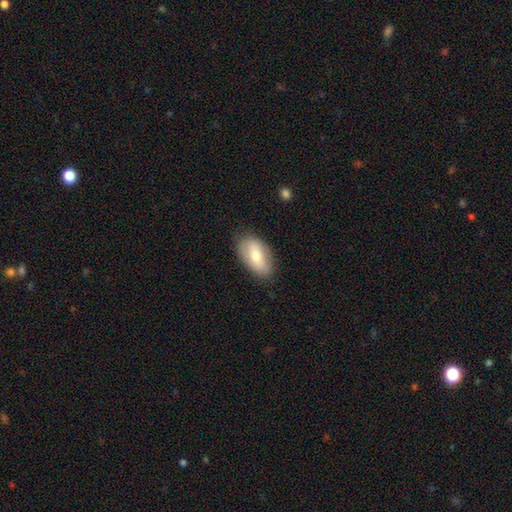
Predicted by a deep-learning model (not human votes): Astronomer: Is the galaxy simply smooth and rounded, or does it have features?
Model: smooth — 63%.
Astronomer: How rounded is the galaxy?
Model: in between — 93%.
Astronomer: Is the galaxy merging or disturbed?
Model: none — 81%.